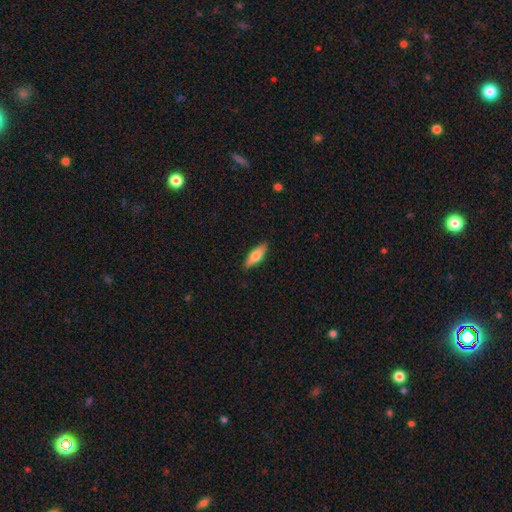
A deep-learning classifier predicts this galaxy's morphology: Smooth or featured? smooth (60%)
How rounded? in between (56%)
Merging? none (88%)